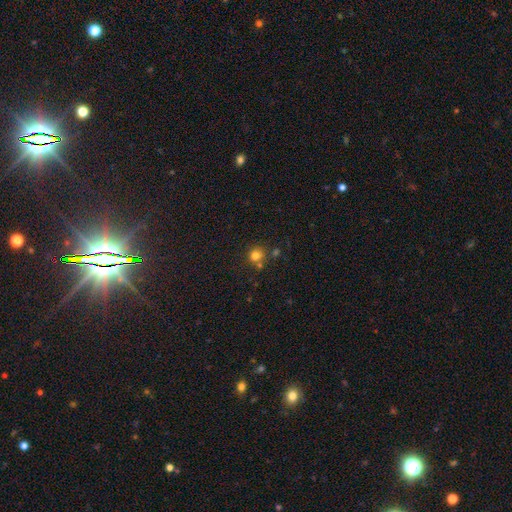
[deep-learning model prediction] A smooth galaxy with no disk features (76%) that is round (87%).

Vote fractions:
- Smooth or featured? smooth: 76% / star or artifact: 16% / featured or disk: 8%
- How rounded? round: 87% / in between: 13% / cigar-shaped: 1%
- Merging? none: 63% / merger: 22% / minor disturbance: 11% / major disturbance: 4%